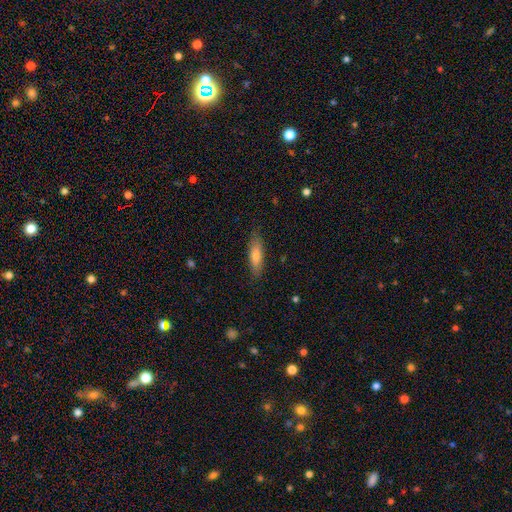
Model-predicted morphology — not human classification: smooth_or_featured: smooth (p=0.73) [alt: featured or disk p=0.21]
how_rounded: cigar-shaped (p=0.62) [alt: in between p=0.37]
merging: none (p=0.84) [alt: minor disturbance p=0.12]